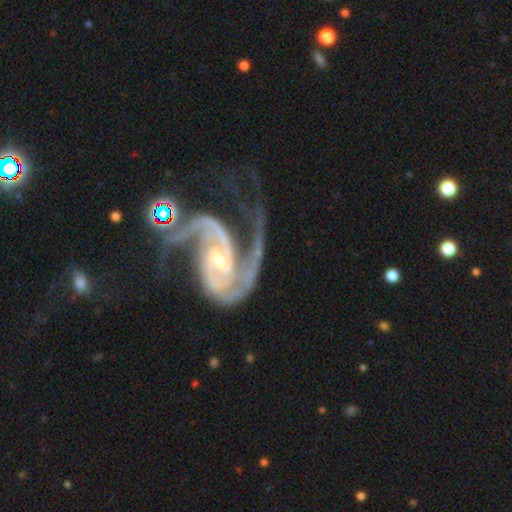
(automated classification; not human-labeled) Overall: featured or disk (93%). Edge-on disk: no (98%). Bar: weak (40%; no 30%). Spiral arms: yes (98%). Spiral arm count: 2 (79%). Spiral winding: medium (53%; tight 27%). Bulge size: small (70%). Merging: major disturbance (40%; none 32%).